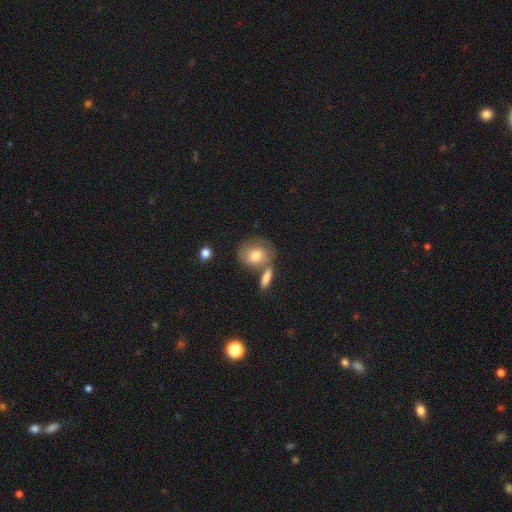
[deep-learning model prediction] Smooth or featured: smooth — 67% (featured or disk — 25%)
How rounded: round — 56% (in between — 42%)
Merging: none — 51% (merger — 28%)